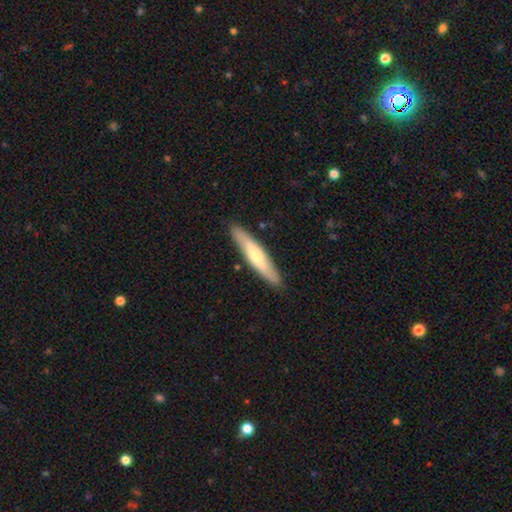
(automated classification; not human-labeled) The model was most divided on "smooth or featured": smooth: 55%, featured or disk: 40%, star or artifact: 5%. More confident: merging — none (89%); how rounded — cigar-shaped (88%).